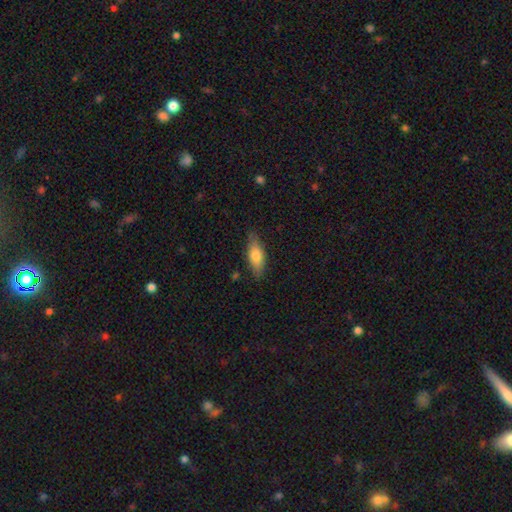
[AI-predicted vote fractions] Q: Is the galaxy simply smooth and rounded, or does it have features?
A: smooth — 69%.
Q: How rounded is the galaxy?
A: in between — 66%.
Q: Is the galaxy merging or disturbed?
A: none — 81%.